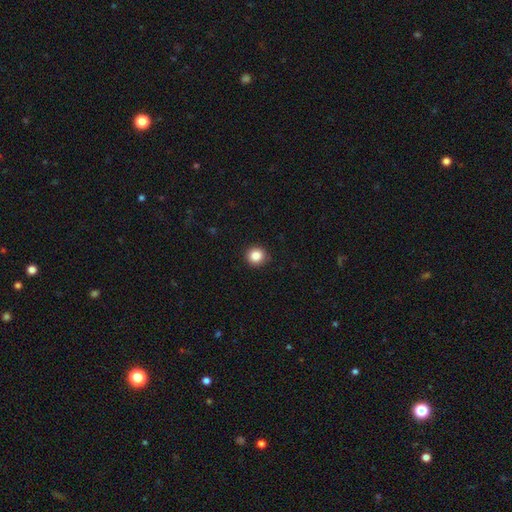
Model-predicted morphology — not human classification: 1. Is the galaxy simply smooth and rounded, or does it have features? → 86% smooth, 10% star or artifact, 4% featured or disk.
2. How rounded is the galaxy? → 93% round, 6% in between, 1% cigar-shaped.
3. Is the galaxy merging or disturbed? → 91% none, 6% minor disturbance, 2% major disturbance, 1% merger.